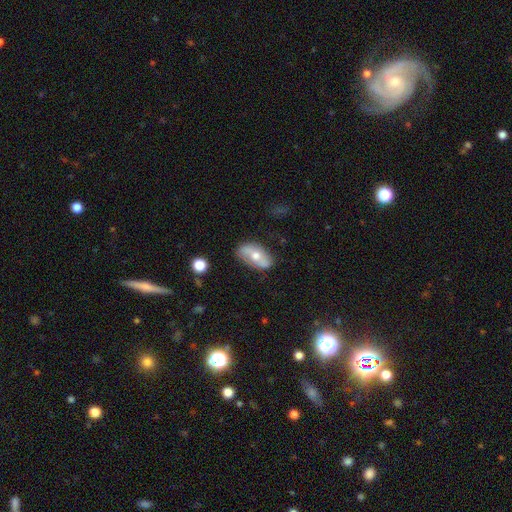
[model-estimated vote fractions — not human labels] This is possibly a smooth galaxy (47%). Merging: likely none (73%).